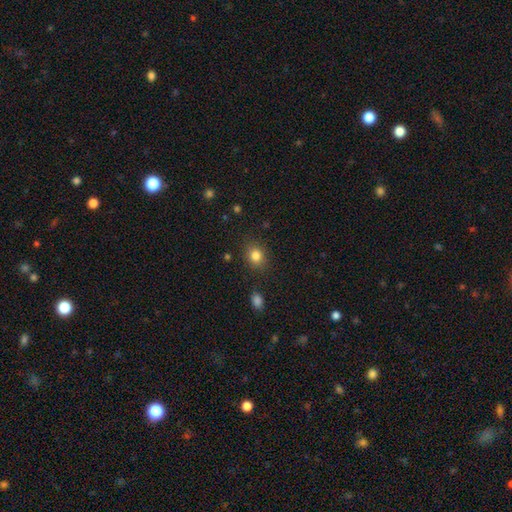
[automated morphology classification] The model was most divided on "how rounded": round: 62%, in between: 37%, cigar-shaped: 1%. More confident: merging — none (85%); smooth or featured — smooth (83%).